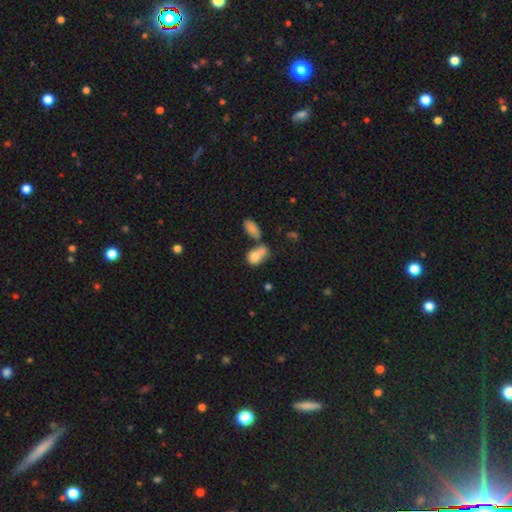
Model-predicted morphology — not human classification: Overall: smooth (79%). How rounded: in between (72%). Merging: merger (58%; none 24%).